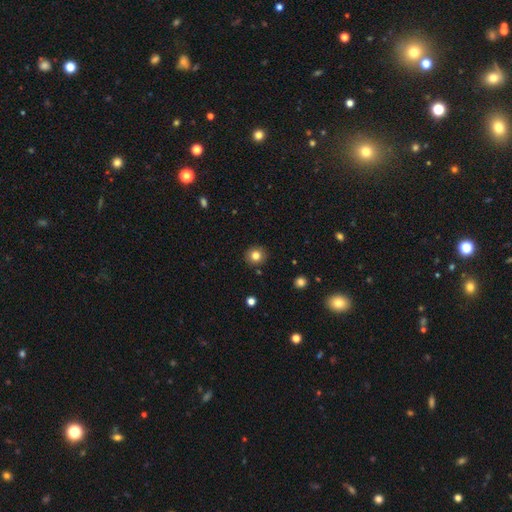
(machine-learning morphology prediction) Smooth or featured?
  - smooth: 81% *
  - star or artifact: 12%
  - featured or disk: 8%
How rounded?
  - round: 90% *
  - in between: 9%
  - cigar-shaped: 1%
Merging?
  - none: 90% *
  - minor disturbance: 7%
  - major disturbance: 2%
  - merger: 1%